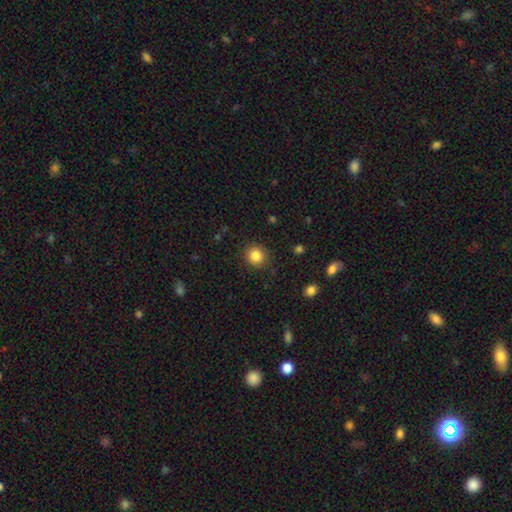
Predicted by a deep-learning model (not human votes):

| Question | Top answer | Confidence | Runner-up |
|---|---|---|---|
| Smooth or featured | smooth | 85% | star or artifact (11%) |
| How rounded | round | 89% | in between (10%) |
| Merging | none | 89% | minor disturbance (7%) |